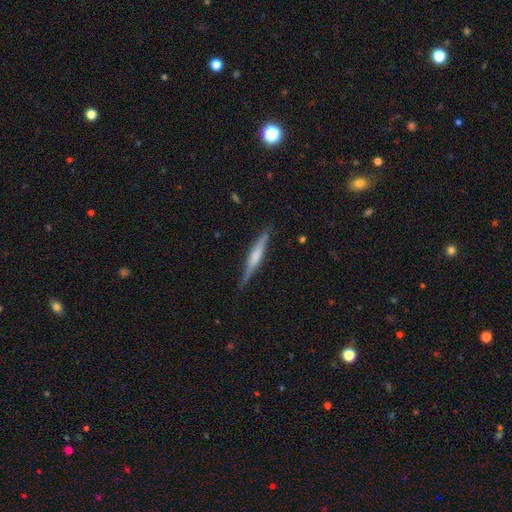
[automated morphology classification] featured or disk 60%, smooth 34%, star or artifact 6%. Down the decision tree: edge-on disk — yes (97%); edge-on bulge — rounded (43%); merging — none (84%).